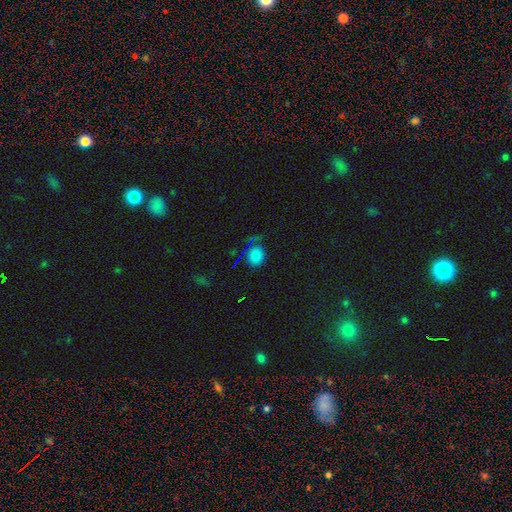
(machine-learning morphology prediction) This appears to be a smooth galaxy with no disk features (72%) that is round (71%). Merging: none (78%).